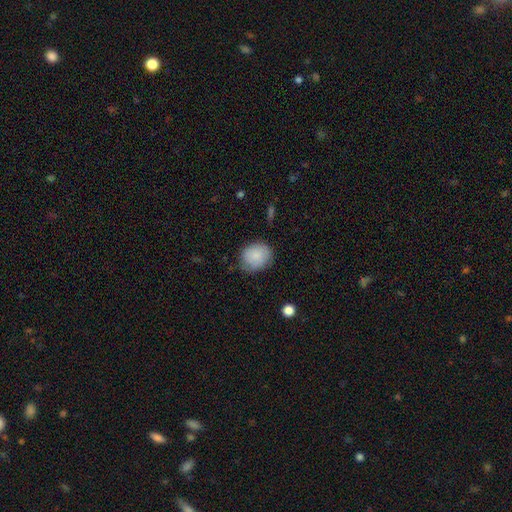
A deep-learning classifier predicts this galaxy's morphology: A smooth galaxy with no disk features (84%) that is round (62%). Merging: none (73%).